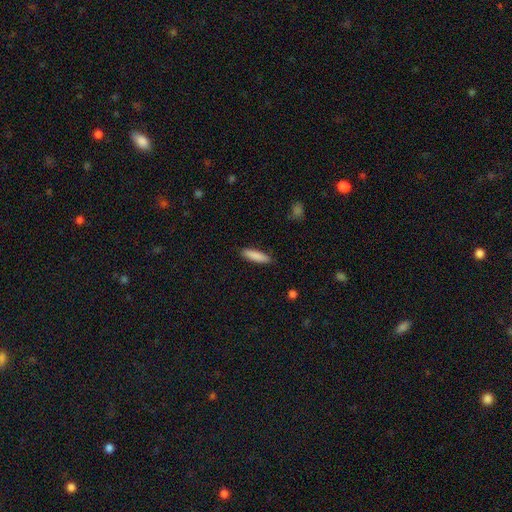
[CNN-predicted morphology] Smooth or featured: smooth — 87% (featured or disk — 8%)
How rounded: cigar-shaped — 73% (in between — 26%)
Merging: none — 88% (minor disturbance — 9%)